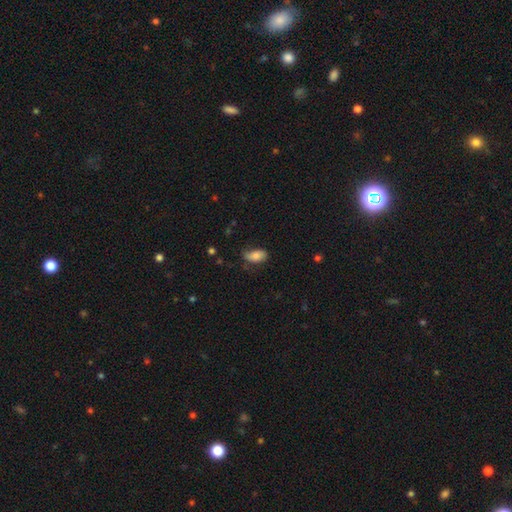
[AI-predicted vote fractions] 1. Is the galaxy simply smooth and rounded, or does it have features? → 77% smooth, 16% featured or disk, 8% star or artifact.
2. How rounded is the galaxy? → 92% in between, 4% round, 4% cigar-shaped.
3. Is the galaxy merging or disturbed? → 54% none, 33% minor disturbance, 11% major disturbance, 2% merger.